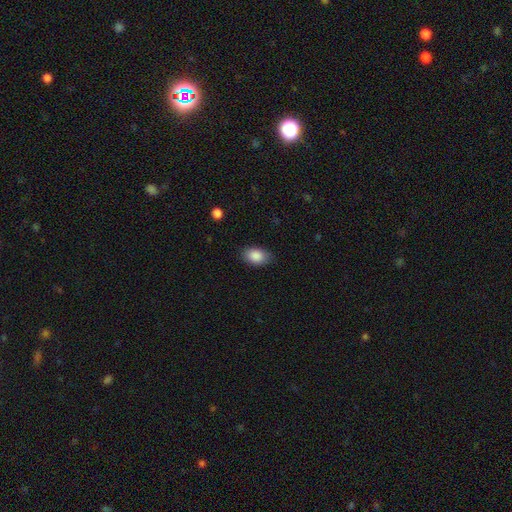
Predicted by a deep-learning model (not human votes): Overall: smooth (88%). How rounded: in between (88%). Merging: none (83%).